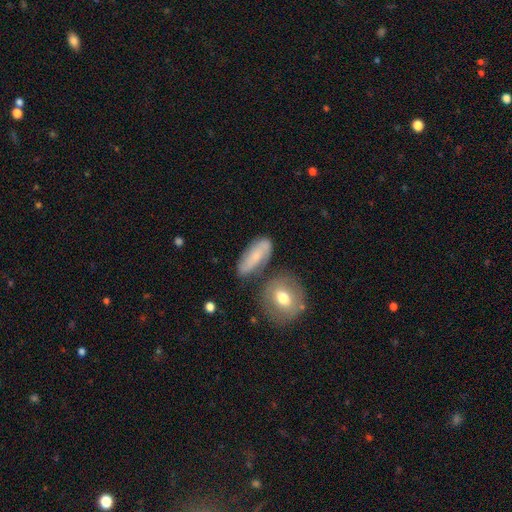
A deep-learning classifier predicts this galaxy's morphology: Smooth or featured? Predicted: smooth (p=0.54). How rounded? Predicted: in between (p=0.66). Merging? Predicted: none (p=0.65).